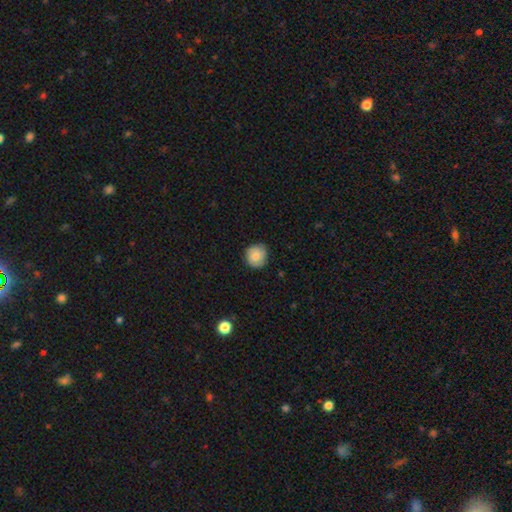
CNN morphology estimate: type=smooth (75%); roundness=round (88%); merging=none (78%).